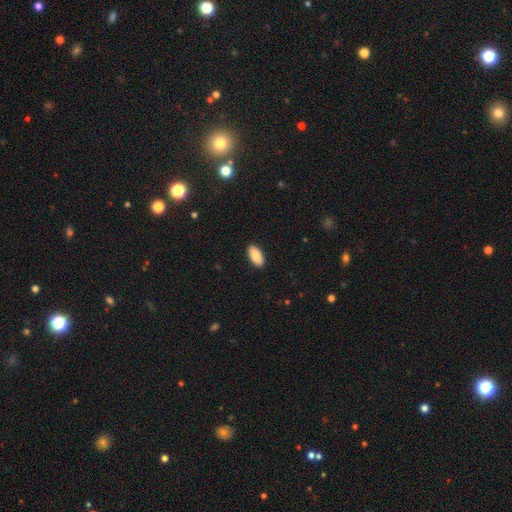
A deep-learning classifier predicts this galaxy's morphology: Overall: smooth (86%). How rounded: in between (92%). Merging: none (90%).